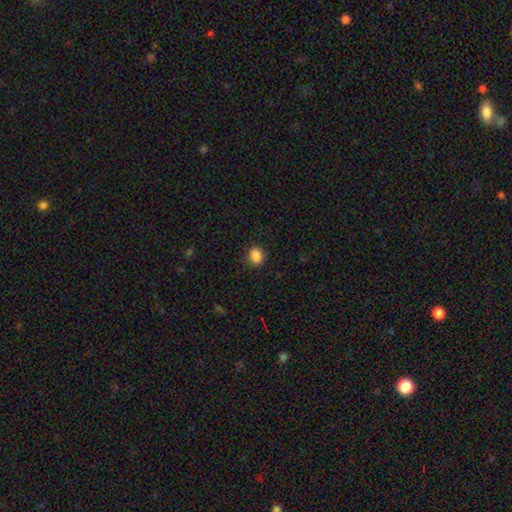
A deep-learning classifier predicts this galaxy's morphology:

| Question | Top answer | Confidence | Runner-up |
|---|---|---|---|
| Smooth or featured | smooth | 87% | star or artifact (10%) |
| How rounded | round | 50% | in between (49%) |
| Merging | none | 87% | minor disturbance (9%) |